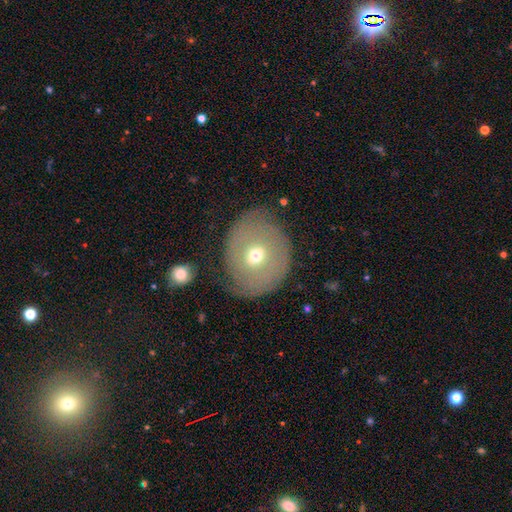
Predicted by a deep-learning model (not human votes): The model was most divided on "smooth or featured": featured or disk: 48%, smooth: 43%, star or artifact: 9%. More confident: merging — none (72%).